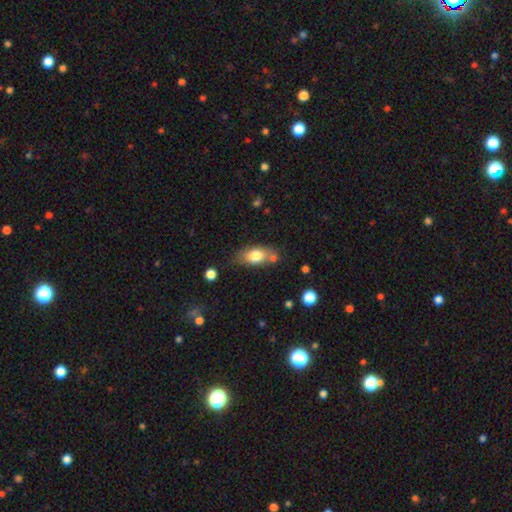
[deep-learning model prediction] A smooth galaxy with no disk features (76%) that is in between round and cigar-shaped (84%).

Vote fractions:
- Smooth or featured? smooth: 76% / featured or disk: 17% / star or artifact: 7%
- How rounded? in between: 84% / cigar-shaped: 8% / round: 7%
- Merging? none: 63% / minor disturbance: 19% / merger: 13% / major disturbance: 5%